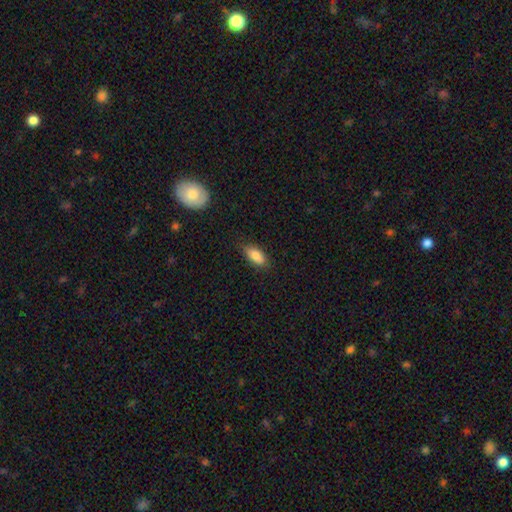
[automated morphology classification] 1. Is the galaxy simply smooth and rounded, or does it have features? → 83% smooth, 10% featured or disk, 7% star or artifact.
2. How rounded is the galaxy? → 82% in between, 15% cigar-shaped, 3% round.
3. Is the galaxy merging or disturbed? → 82% none, 14% minor disturbance, 3% major disturbance, 1% merger.